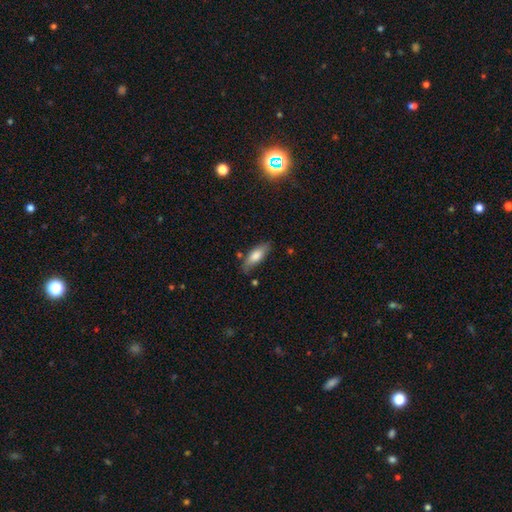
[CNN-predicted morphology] This appears to be a smooth galaxy with no disk features (74%) that is in between round and cigar-shaped (68%). Merging: none (71%).